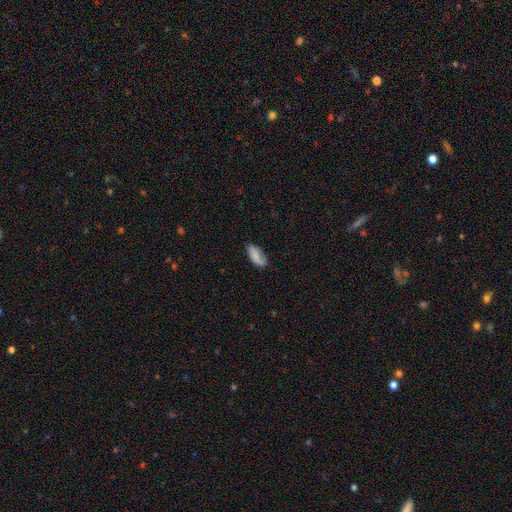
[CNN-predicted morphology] smooth 76%, featured or disk 17%, star or artifact 7%. Down the decision tree: how rounded — in between (89%); merging — none (69%).